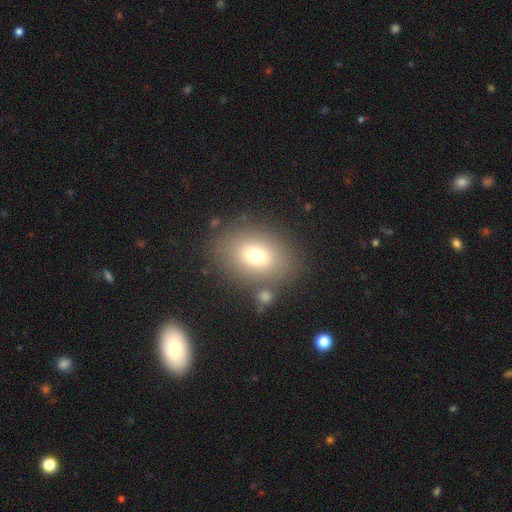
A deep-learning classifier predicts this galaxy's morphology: This appears to be a smooth galaxy with no disk features (72%) that is in between round and cigar-shaped (72%). Merging: none (78%).